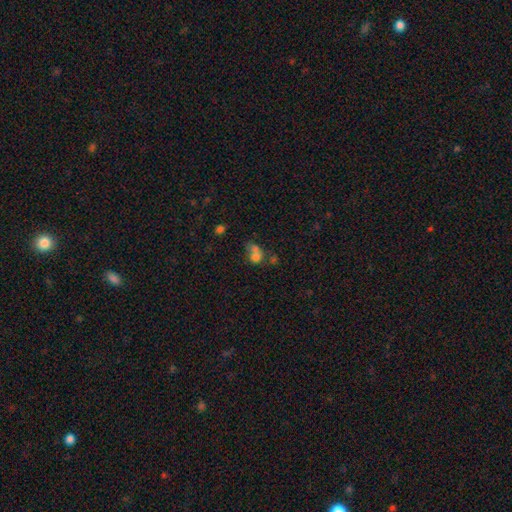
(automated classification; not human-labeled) This is likely a smooth galaxy (68%). How rounded: possibly round (58%). Merging: possibly merger (53%).